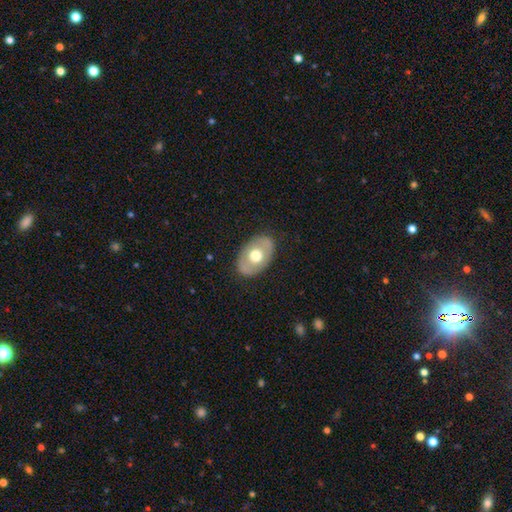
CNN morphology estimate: This appears to be a smooth galaxy with no disk features (52%) that is in between round and cigar-shaped (83%). Merging: none (83%).